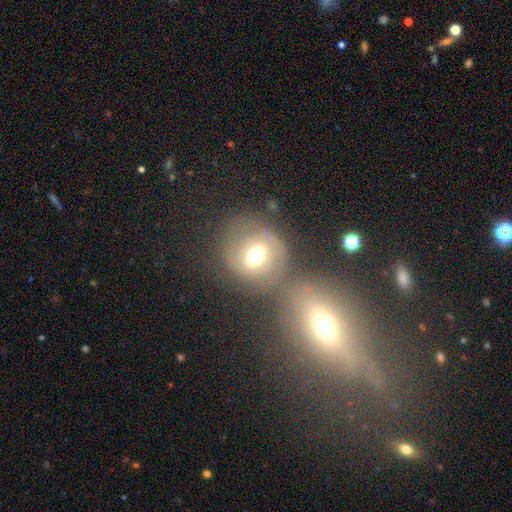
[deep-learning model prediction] Smooth or featured? featured or disk (49%)
Merging? merger (41%)